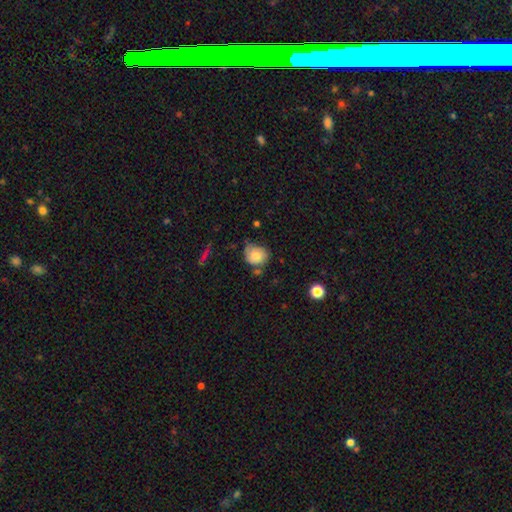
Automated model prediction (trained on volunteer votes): smooth-or-featured: smooth: 65% | featured or disk: 27% | star or artifact: 9%
  how-rounded: round: 72% | in between: 27% | cigar-shaped: 1%
  merging: none: 56% | minor disturbance: 29% | major disturbance: 8% | merger: 7%